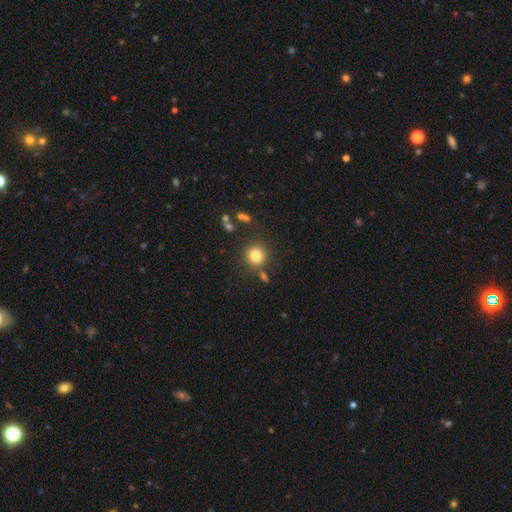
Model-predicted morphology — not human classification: Q: Smooth or featured?
A: smooth (82%); runner-up: star or artifact (11%)
Q: How rounded?
A: round (89%); runner-up: in between (10%)
Q: Merging?
A: none (80%); runner-up: minor disturbance (9%)